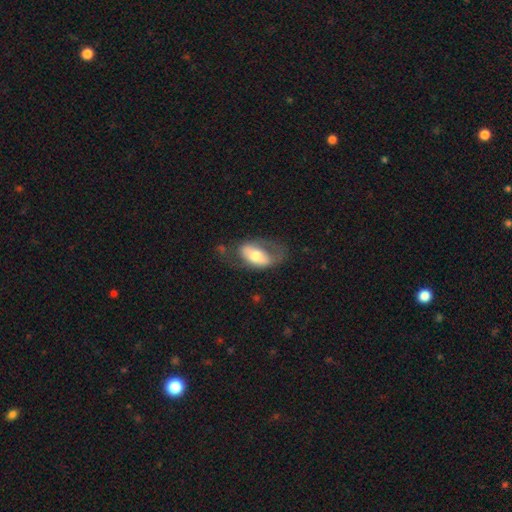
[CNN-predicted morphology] Smooth or featured?
  - smooth: 51% *
  - featured or disk: 42%
  - star or artifact: 6%
How rounded?
  - in between: 90% *
  - round: 6%
  - cigar-shaped: 4%
Merging?
  - none: 46% *
  - major disturbance: 26%
  - minor disturbance: 25%
  - merger: 3%